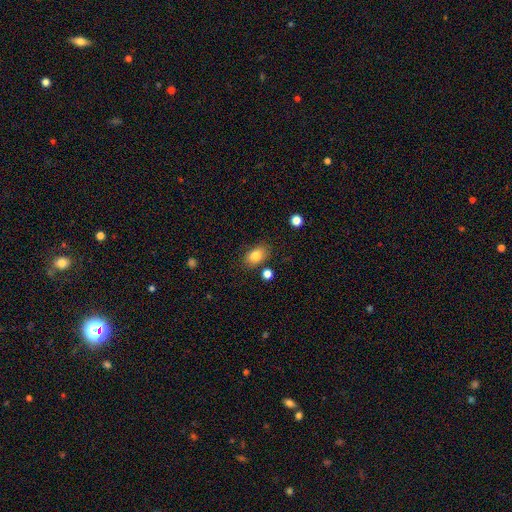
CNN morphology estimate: Overall: smooth (82%). How rounded: in between (84%). Merging: none (80%).